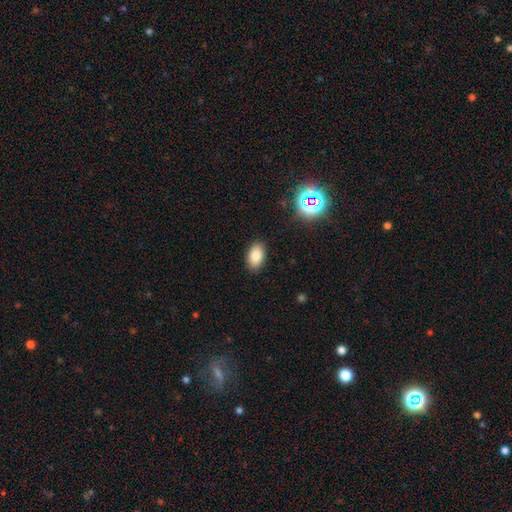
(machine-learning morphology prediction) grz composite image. It shows a smooth galaxy with no disk features (83%) that is in between round and cigar-shaped (92%). Merging: none (88%).